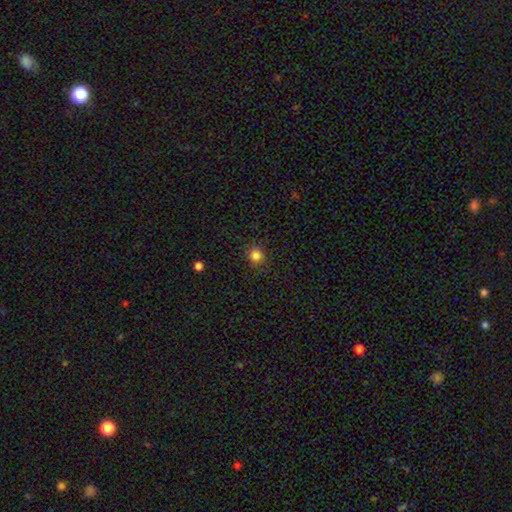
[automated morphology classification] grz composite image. It shows a smooth galaxy with no disk features (83%) that is round (90%). Merging: none (88%).